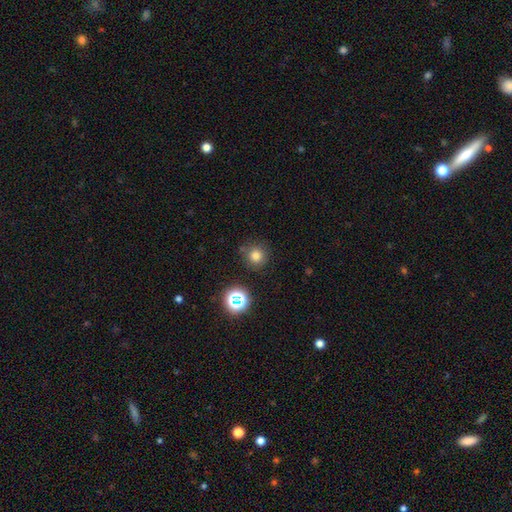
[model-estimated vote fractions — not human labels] This appears to be a smooth galaxy with no disk features (76%) that is round (93%). Merging: none (82%).